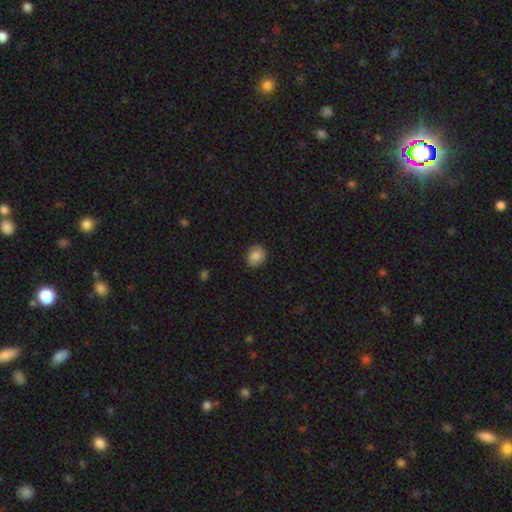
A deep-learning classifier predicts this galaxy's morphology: Smooth or featured? Predicted: smooth (p=0.85). How rounded? Predicted: round (p=0.71). Merging? Predicted: none (p=0.88).